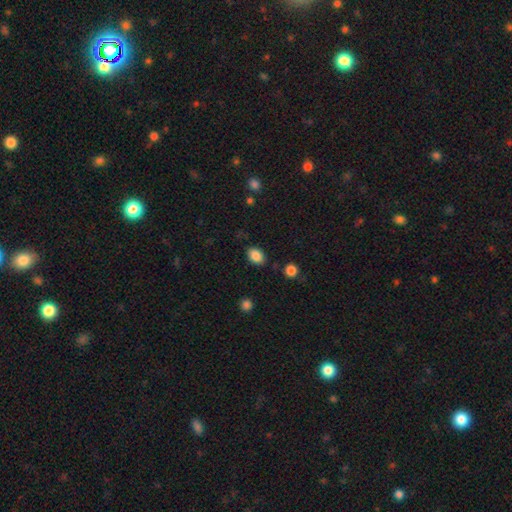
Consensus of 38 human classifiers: This is clearly a smooth galaxy (87%). How rounded: clearly in between (82%). Merging: clearly none (80%).